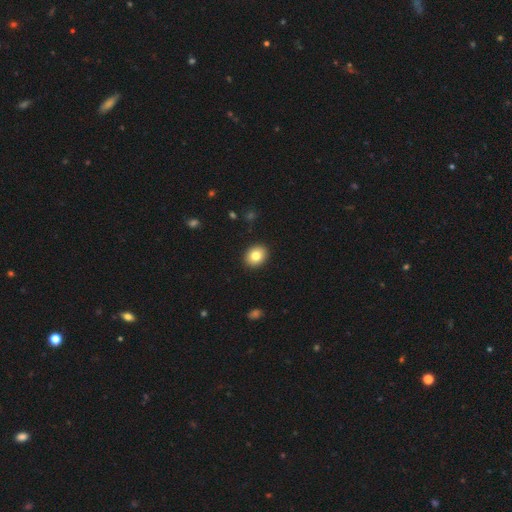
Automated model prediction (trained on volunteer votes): Smooth or featured?
  - smooth: 82% *
  - featured or disk: 9%
  - star or artifact: 9%
How rounded?
  - round: 57% *
  - in between: 42%
  - cigar-shaped: 1%
Merging?
  - none: 91% *
  - minor disturbance: 6%
  - major disturbance: 2%
  - merger: 1%